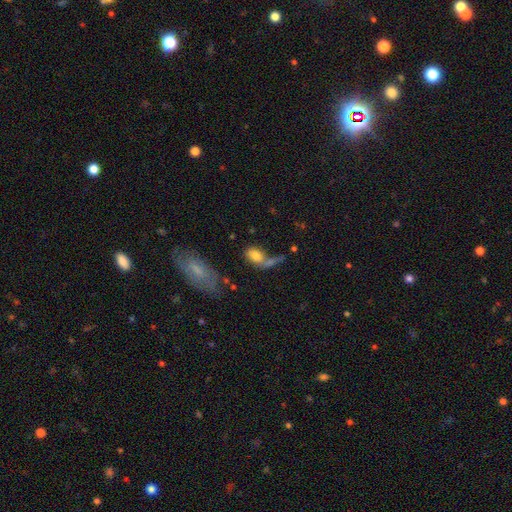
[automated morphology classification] Smooth or featured: smooth — 76% (featured or disk — 15%)
How rounded: in between — 85% (round — 11%)
Merging: merger — 37% (none — 35%)